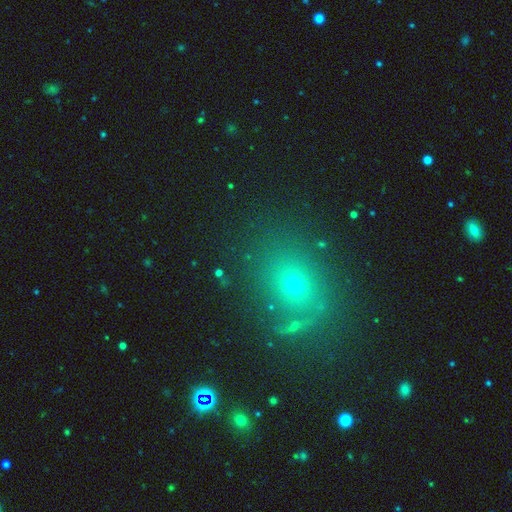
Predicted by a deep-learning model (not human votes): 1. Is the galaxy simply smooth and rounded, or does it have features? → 51% smooth, 37% star or artifact, 12% featured or disk.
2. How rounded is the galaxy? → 60% round, 39% in between, 1% cigar-shaped.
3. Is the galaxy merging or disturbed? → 80% none, 11% minor disturbance, 5% merger, 5% major disturbance.